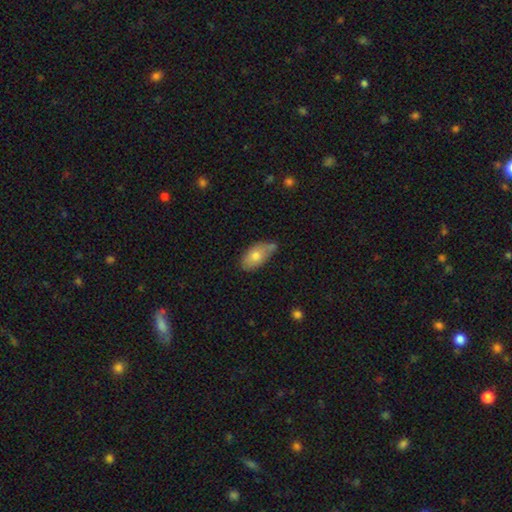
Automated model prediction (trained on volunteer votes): Smooth or featured? Predicted: smooth (p=0.74). How rounded? Predicted: in between (p=0.91). Merging? Predicted: none (p=0.56).